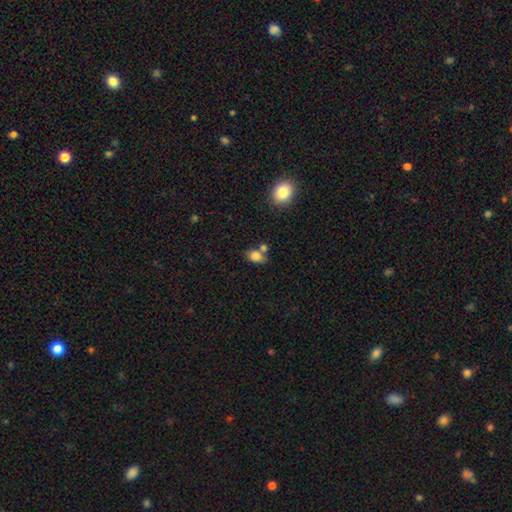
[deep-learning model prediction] smooth-or-featured: smooth: 83% | star or artifact: 10% | featured or disk: 8%
  how-rounded: in between: 76% | round: 22% | cigar-shaped: 2%
  merging: none: 52% | merger: 29% | minor disturbance: 14% | major disturbance: 5%